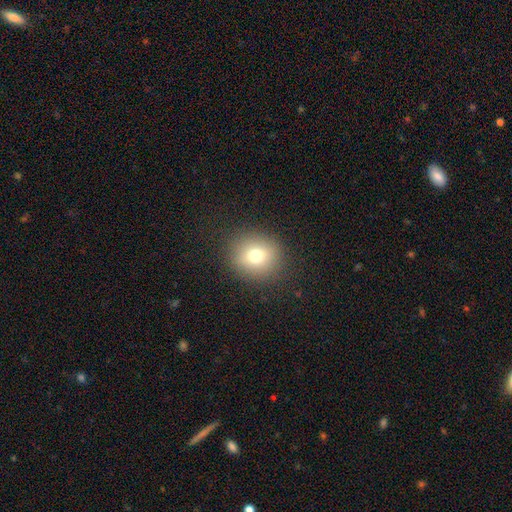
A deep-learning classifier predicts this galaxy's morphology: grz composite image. It shows a smooth galaxy with no disk features (75%) that is round (82%). Merging: none (89%).